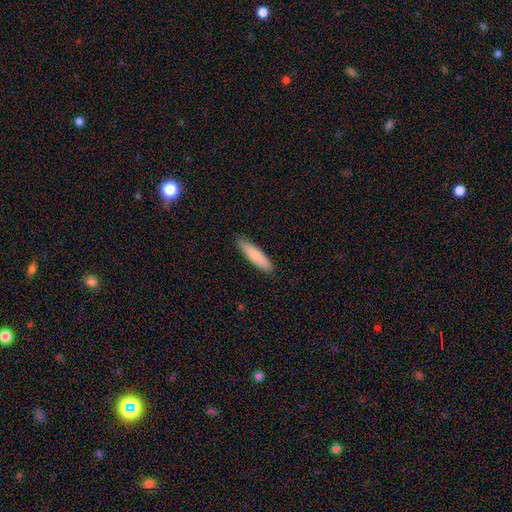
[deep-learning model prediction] Q: Smooth or featured?
A: smooth (82%); runner-up: featured or disk (12%)
Q: How rounded?
A: cigar-shaped (75%); runner-up: in between (24%)
Q: Merging?
A: none (88%); runner-up: minor disturbance (10%)